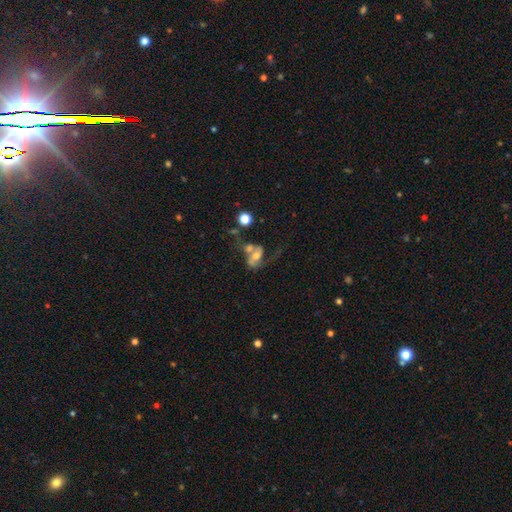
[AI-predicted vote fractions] The model was most divided on "bar": no: 56%, weak: 31%, strong: 13%. Remaining: edge-on disk — no (96%); spiral arms — yes (75%); smooth or featured — featured or disk (59%); bulge size — moderate (54%); merging — merger (50%).